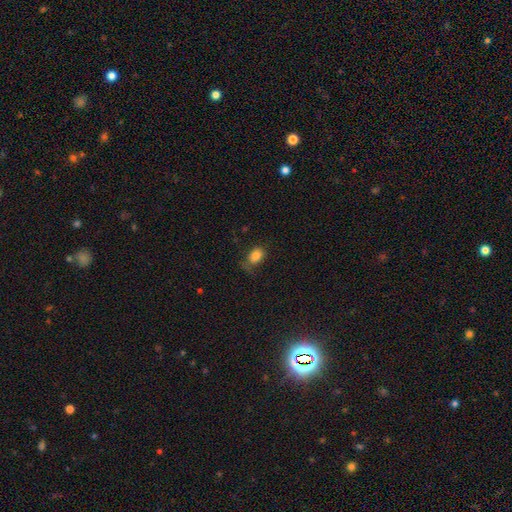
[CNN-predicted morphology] Smooth or featured? smooth (83%)
How rounded? in between (78%)
Merging? none (60%)